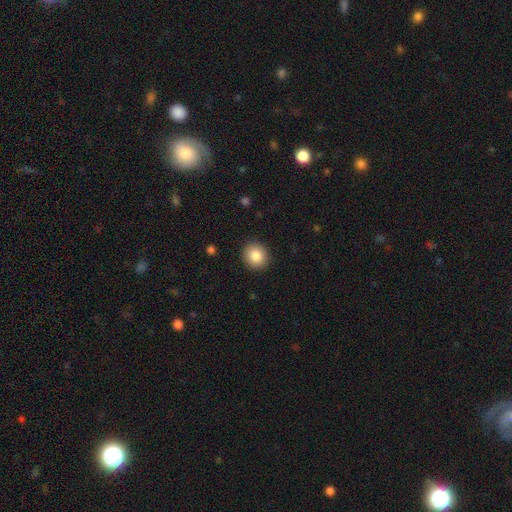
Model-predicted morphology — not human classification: type=smooth (85%); roundness=round (79%); merging=none (90%).